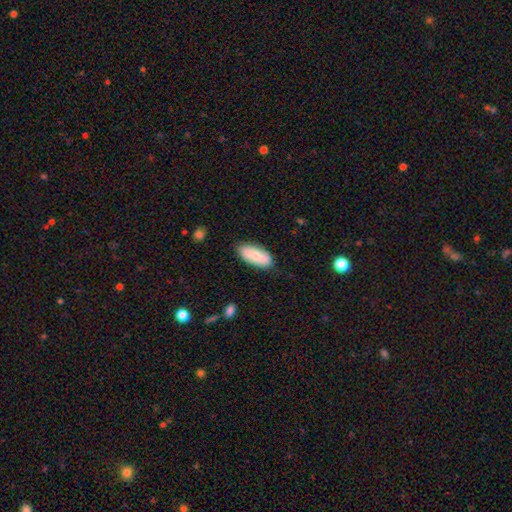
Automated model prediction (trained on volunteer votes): A smooth galaxy with no disk features (70%) that is in between round and cigar-shaped (84%). Merging: none (80%).